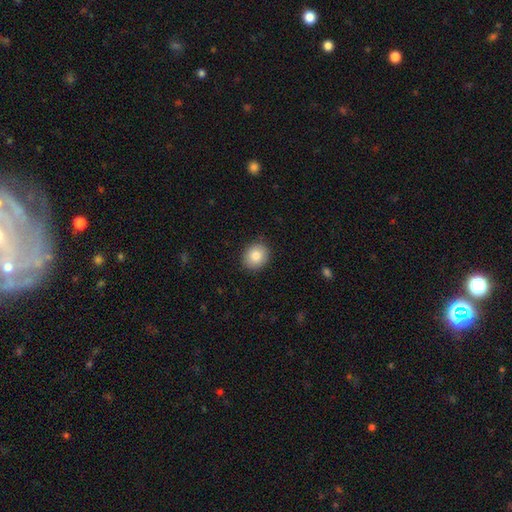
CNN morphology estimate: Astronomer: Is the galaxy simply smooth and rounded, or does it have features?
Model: smooth — 83%.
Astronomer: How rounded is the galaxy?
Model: round — 74%.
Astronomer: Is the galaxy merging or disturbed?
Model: none — 89%.